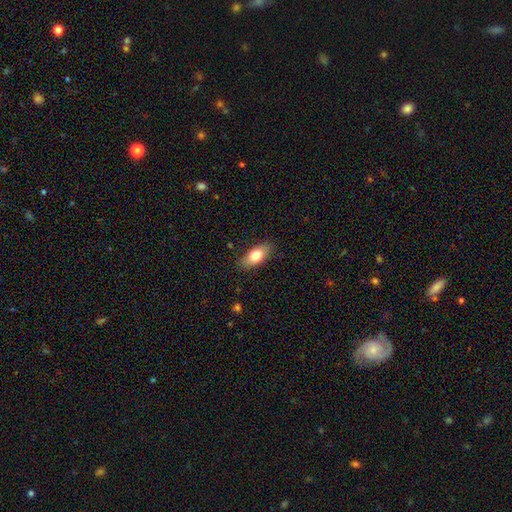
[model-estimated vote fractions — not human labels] Smooth or featured?
  - smooth: 77% *
  - featured or disk: 16%
  - star or artifact: 7%
How rounded?
  - in between: 84% *
  - cigar-shaped: 12%
  - round: 4%
Merging?
  - none: 85% *
  - minor disturbance: 12%
  - major disturbance: 2%
  - merger: 1%